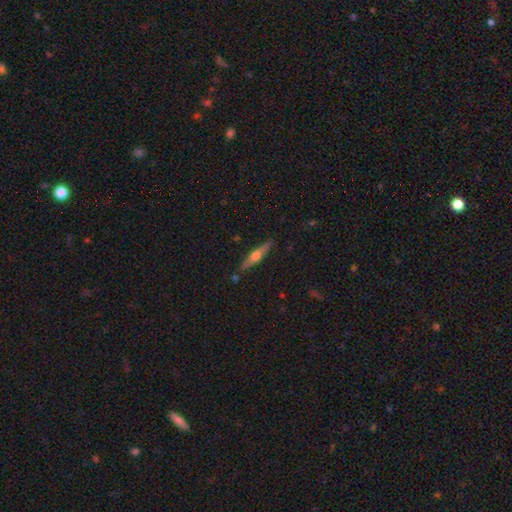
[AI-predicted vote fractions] Q: Smooth or featured?
A: featured or disk (59%); runner-up: smooth (35%)
Q: Edge-on disk?
A: yes (95%); runner-up: no (5%)
Q: Edge-on bulge?
A: rounded (91%); runner-up: boxy (5%)
Q: Merging?
A: none (86%); runner-up: minor disturbance (10%)